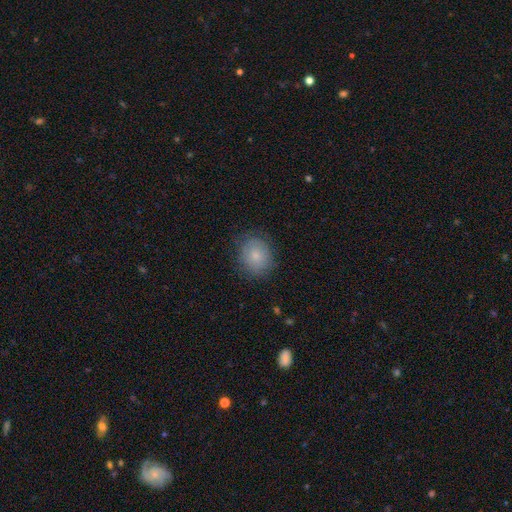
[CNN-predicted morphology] Smooth or featured: smooth — 77% (featured or disk — 15%)
How rounded: round — 68% (in between — 31%)
Merging: none — 80% (minor disturbance — 15%)